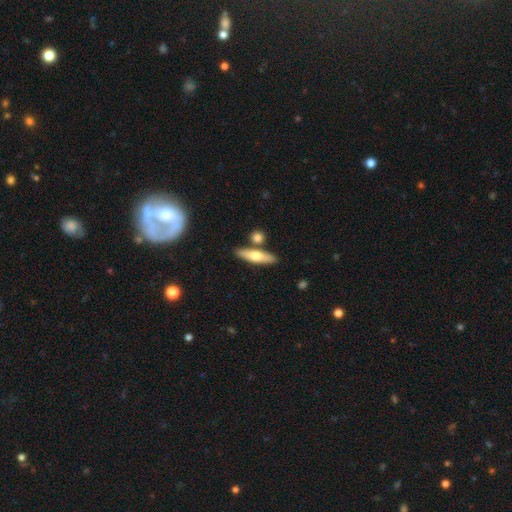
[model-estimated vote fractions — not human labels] smooth_or_featured: smooth (p=0.56) [alt: featured or disk p=0.38]
how_rounded: cigar-shaped (p=0.66) [alt: in between p=0.31]
merging: none (p=0.76) [alt: merger p=0.13]